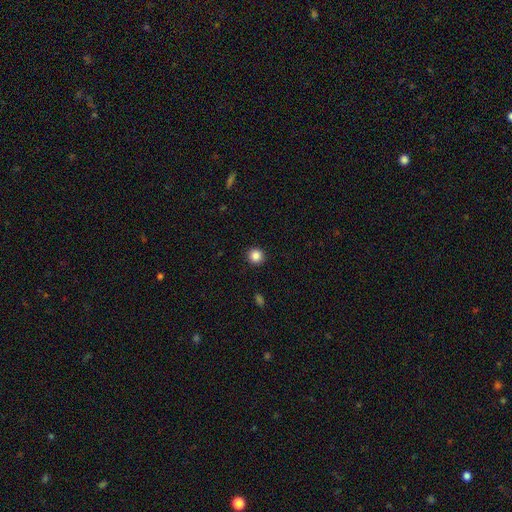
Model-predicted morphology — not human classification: This appears to be a smooth galaxy with no disk features (86%) that is round (94%). Merging: none (93%).